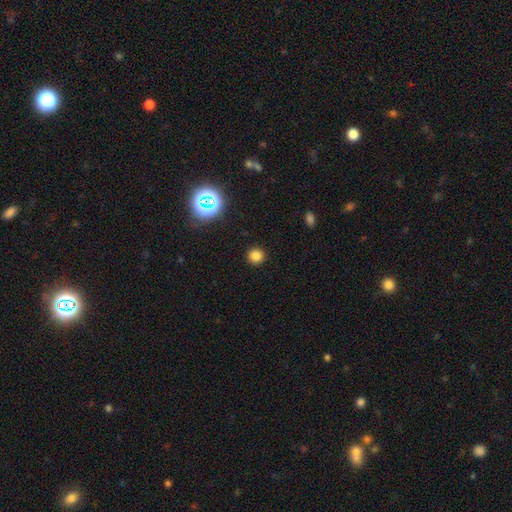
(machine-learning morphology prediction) Overall: smooth (79%). How rounded: round (95%). Merging: none (92%).